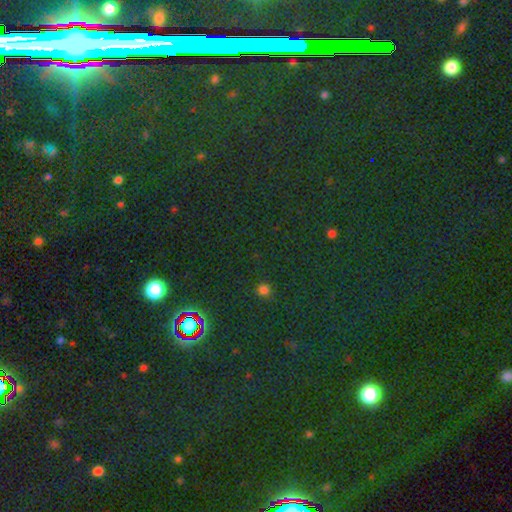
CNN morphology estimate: Q: Smooth or featured?
A: star or artifact (76%); runner-up: smooth (15%)